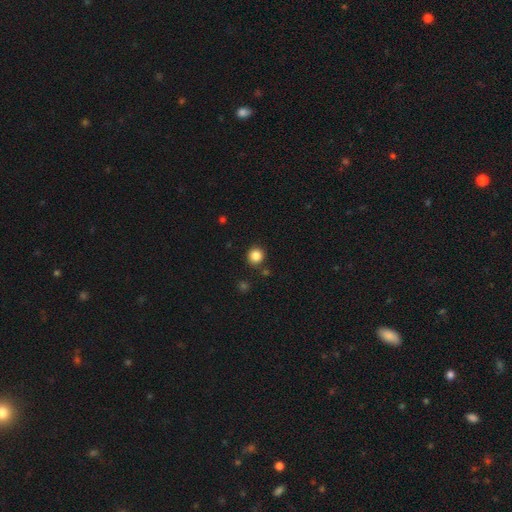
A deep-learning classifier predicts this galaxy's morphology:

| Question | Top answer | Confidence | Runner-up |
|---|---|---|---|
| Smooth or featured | smooth | 85% | star or artifact (11%) |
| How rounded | round | 92% | in between (7%) |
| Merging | none | 89% | minor disturbance (6%) |